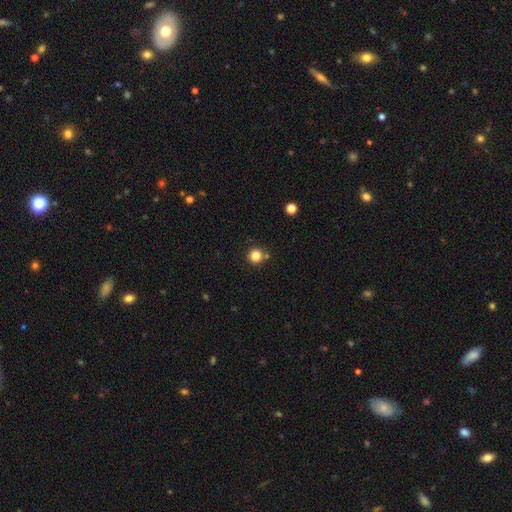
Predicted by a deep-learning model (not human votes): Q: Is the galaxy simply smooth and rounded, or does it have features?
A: smooth — 84%.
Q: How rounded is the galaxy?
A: round — 94%.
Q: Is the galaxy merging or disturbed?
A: none — 82%.